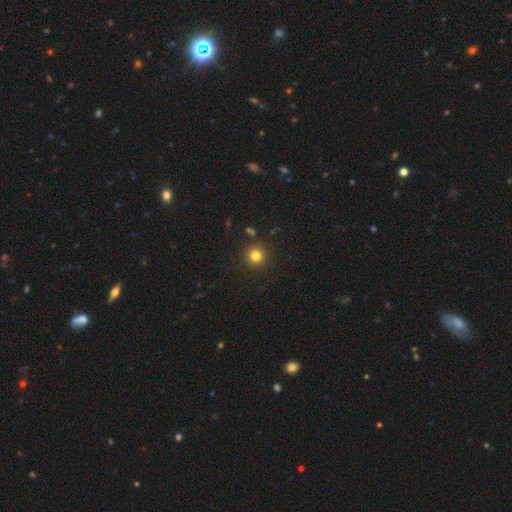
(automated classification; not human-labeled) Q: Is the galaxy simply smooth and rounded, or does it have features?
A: smooth — 80%.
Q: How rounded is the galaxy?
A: round — 95%.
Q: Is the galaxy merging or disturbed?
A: none — 89%.